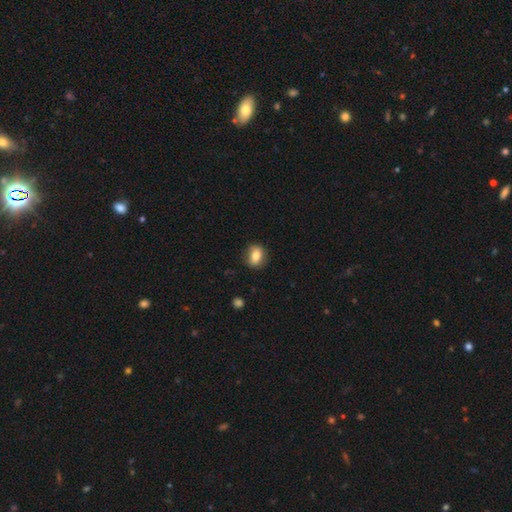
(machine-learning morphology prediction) smooth_or_featured: smooth (p=0.80) [alt: featured or disk p=0.11]
how_rounded: in between (p=0.59) [alt: round p=0.39]
merging: none (p=0.82) [alt: minor disturbance p=0.13]